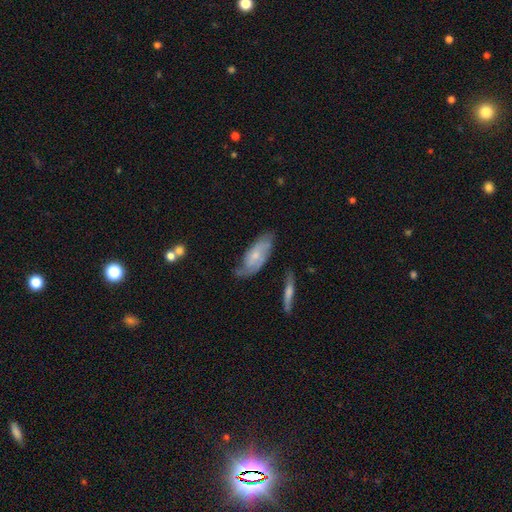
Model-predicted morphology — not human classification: Smooth or featured? featured or disk (55%)
Edge-on disk? no (86%)
Merging? none (55%)